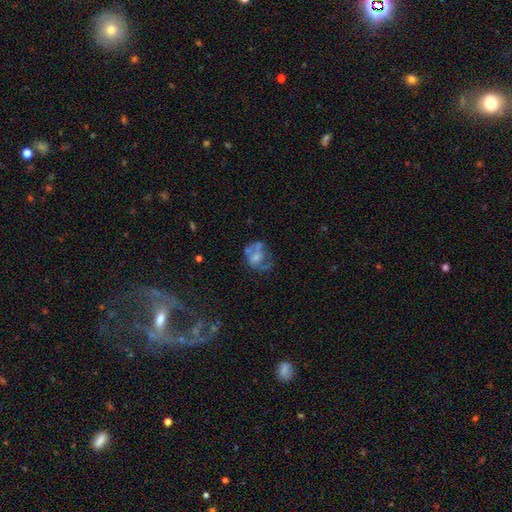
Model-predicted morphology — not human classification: This appears to be a featured or disk galaxy (52%) with no bar (75%), no spiral arms (69%) and no central bulge (32%). Merging: none (39%).